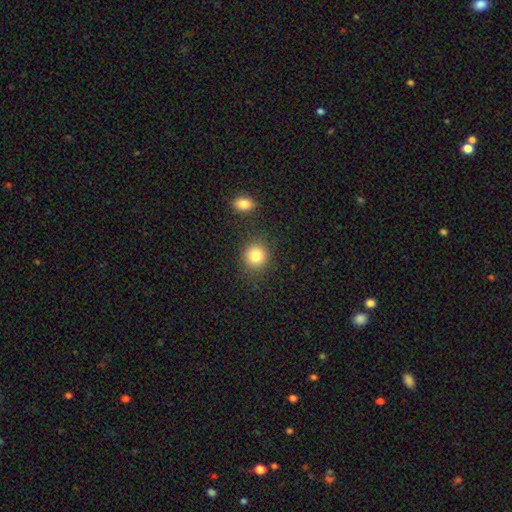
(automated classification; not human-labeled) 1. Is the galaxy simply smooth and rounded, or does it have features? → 84% smooth, 10% star or artifact, 6% featured or disk.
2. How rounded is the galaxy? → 85% round, 14% in between, 1% cigar-shaped.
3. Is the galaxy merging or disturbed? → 83% none, 9% minor disturbance, 5% merger, 3% major disturbance.